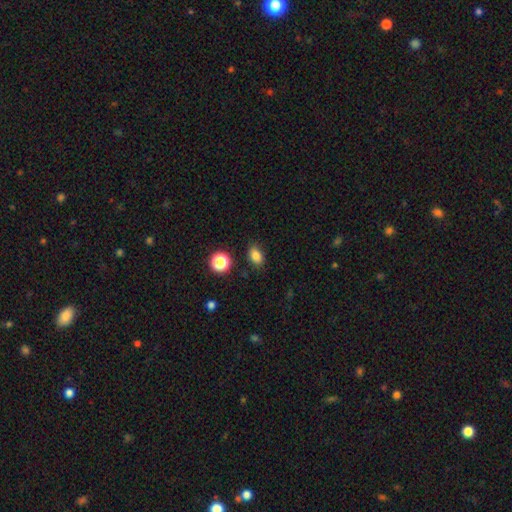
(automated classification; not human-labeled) A smooth galaxy with no disk features (82%) that is in between round and cigar-shaped (79%).

Vote fractions:
- Smooth or featured? smooth: 82% / star or artifact: 12% / featured or disk: 5%
- How rounded? in between: 79% / round: 19% / cigar-shaped: 2%
- Merging? none: 85% / minor disturbance: 10% / major disturbance: 3% / merger: 2%